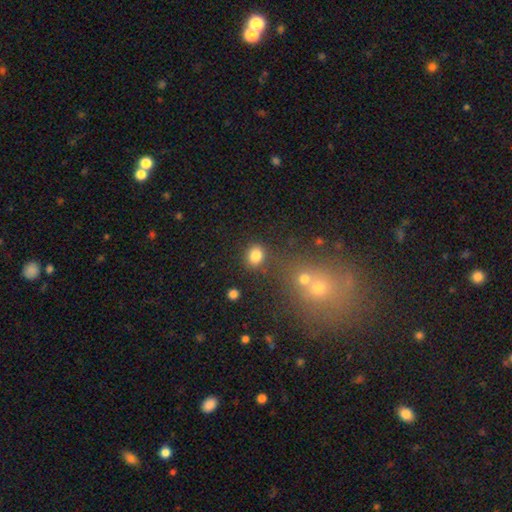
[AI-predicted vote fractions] Overall: smooth (82%). How rounded: round (69%; in between 30%). Merging: none (79%).